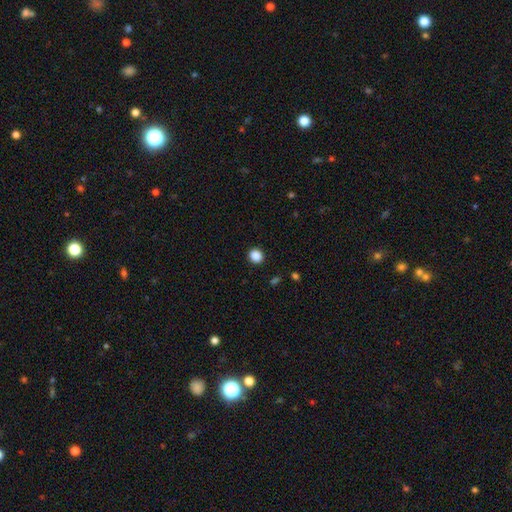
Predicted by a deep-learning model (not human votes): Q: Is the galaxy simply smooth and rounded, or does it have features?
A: smooth — 87%.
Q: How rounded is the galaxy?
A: round — 83%.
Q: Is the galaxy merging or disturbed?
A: none — 90%.